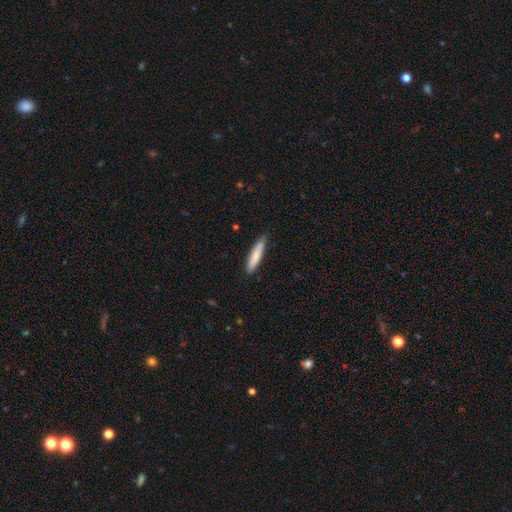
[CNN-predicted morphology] Q: Smooth or featured?
A: smooth (80%); runner-up: featured or disk (14%)
Q: How rounded?
A: cigar-shaped (86%); runner-up: in between (13%)
Q: Merging?
A: none (81%); runner-up: minor disturbance (15%)